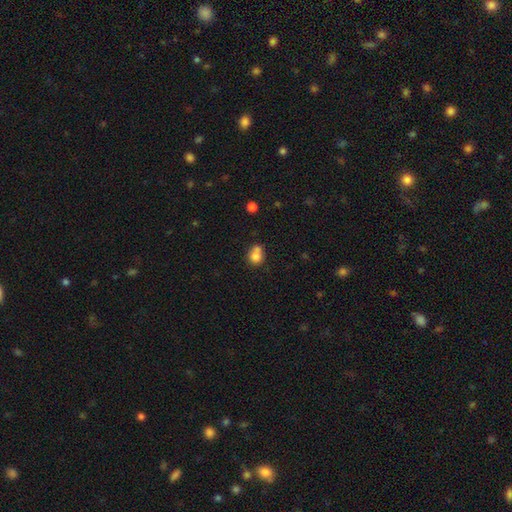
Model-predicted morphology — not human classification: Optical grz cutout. It shows a smooth galaxy with no disk features (78%) that is round (67%). Merging: merger (41%).